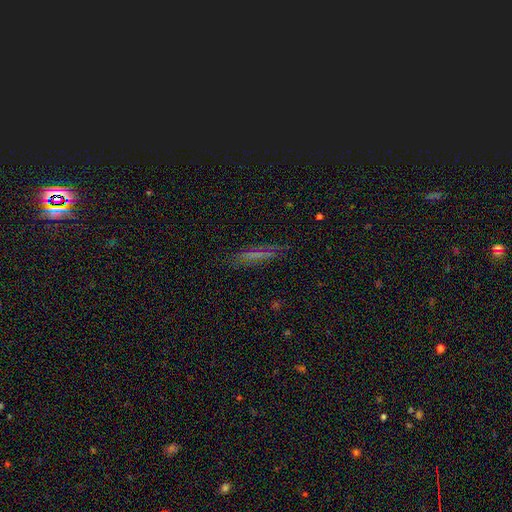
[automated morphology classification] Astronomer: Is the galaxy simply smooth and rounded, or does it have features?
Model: smooth — 45% (runner-up: featured or disk, 29%).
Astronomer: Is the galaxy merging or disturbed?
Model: none — 82%.